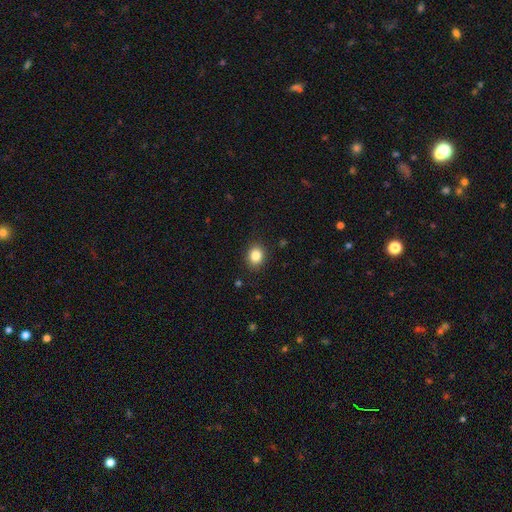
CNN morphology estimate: Smooth or featured? Predicted: smooth (p=0.85). How rounded? Predicted: round (p=0.62). Merging? Predicted: none (p=0.89).